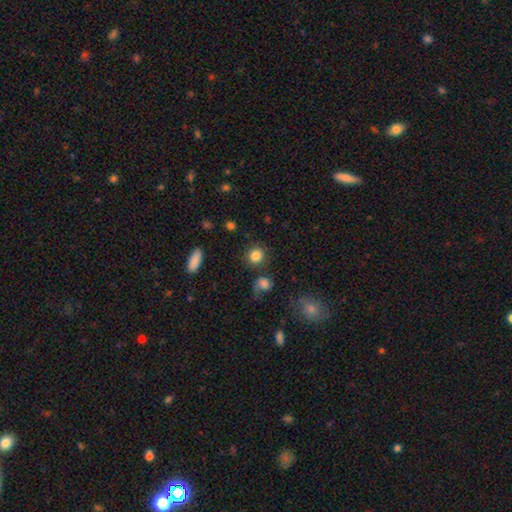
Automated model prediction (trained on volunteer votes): smooth 84%, star or artifact 10%, featured or disk 7%. Down the decision tree: how rounded — round (86%); merging — none (78%).